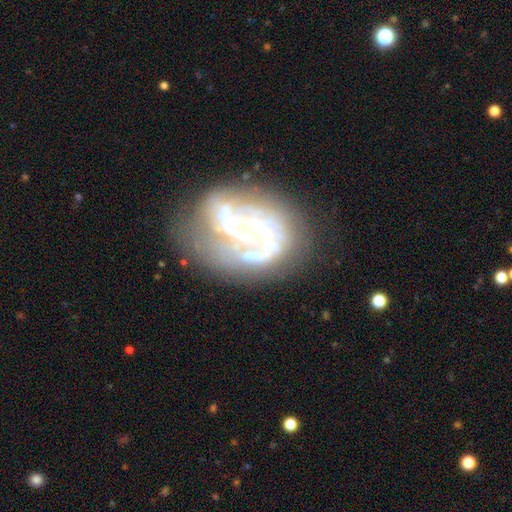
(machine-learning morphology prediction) Smooth or featured? featured or disk (83%)
Edge-on disk? no (98%)
Bar? no (45%)
Spiral arms? yes (88%)
Spiral winding? medium (45%)
Spiral arm count? 2 (47%)
Bulge size? small (69%)
Merging? none (53%)